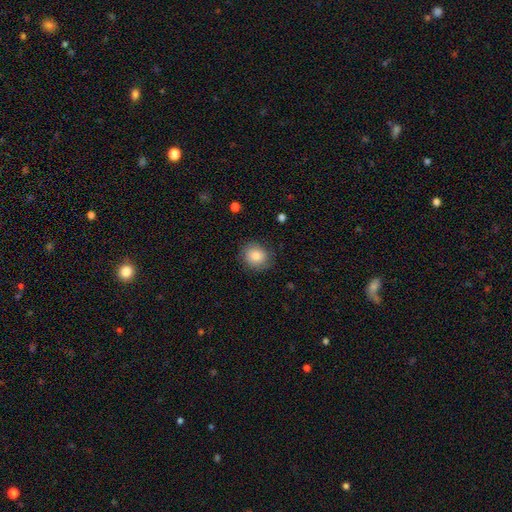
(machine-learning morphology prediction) Overall: smooth (83%). How rounded: round (78%). Merging: none (84%).